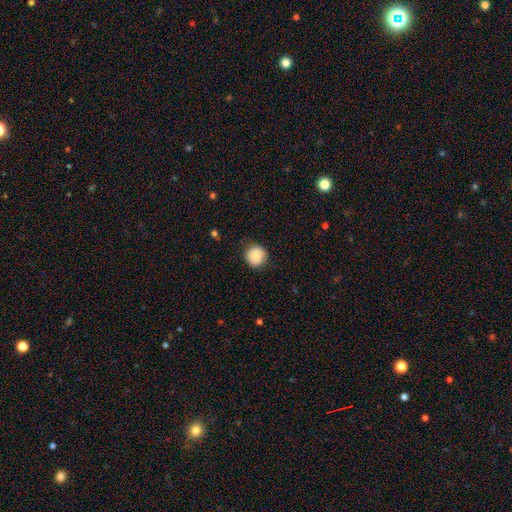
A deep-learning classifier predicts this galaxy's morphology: Overall: smooth (85%). How rounded: round (92%). Merging: none (83%).